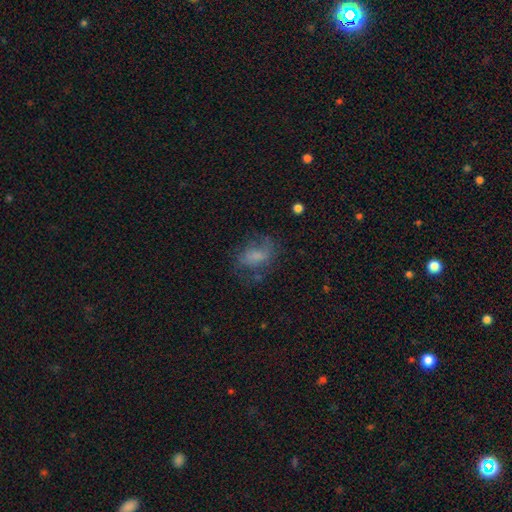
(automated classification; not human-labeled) Smooth or featured? Predicted: smooth (p=0.54). How rounded? Predicted: in between (p=0.77). Merging? Predicted: none (p=0.51).